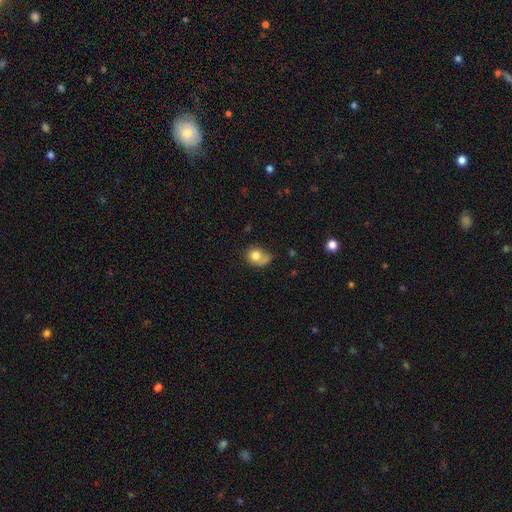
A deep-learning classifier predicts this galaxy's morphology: smooth-or-featured: smooth: 78% | featured or disk: 13% | star or artifact: 9%
  how-rounded: round: 58% | in between: 41% | cigar-shaped: 1%
  merging: none: 36% | minor disturbance: 27% | major disturbance: 18% | merger: 18%